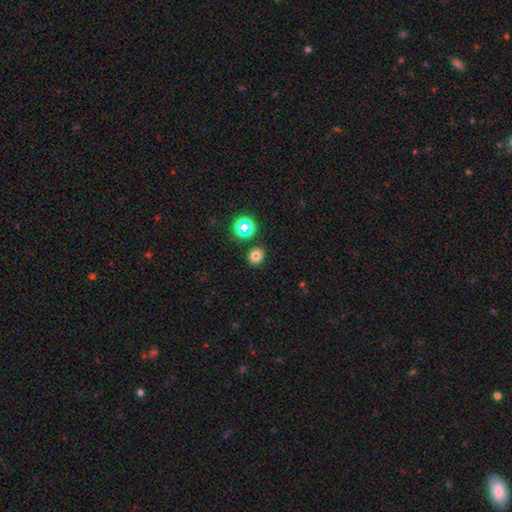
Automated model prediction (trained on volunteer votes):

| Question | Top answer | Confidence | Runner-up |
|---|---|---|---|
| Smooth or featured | smooth | 73% | star or artifact (20%) |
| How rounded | round | 75% | in between (25%) |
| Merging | none | 86% | minor disturbance (8%) |